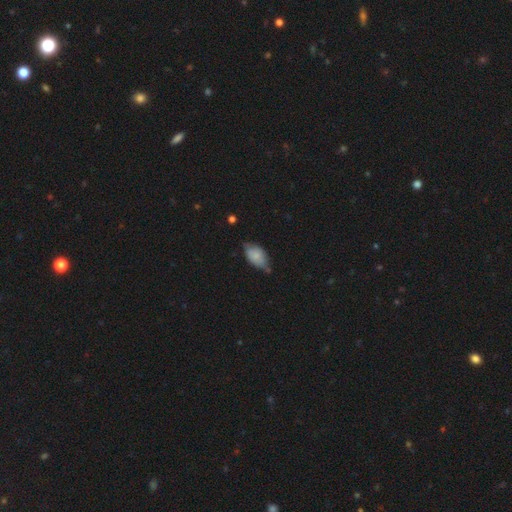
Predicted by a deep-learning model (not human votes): Morphology: type=smooth (76%); roundness=in between (93%); merging=none (51%).